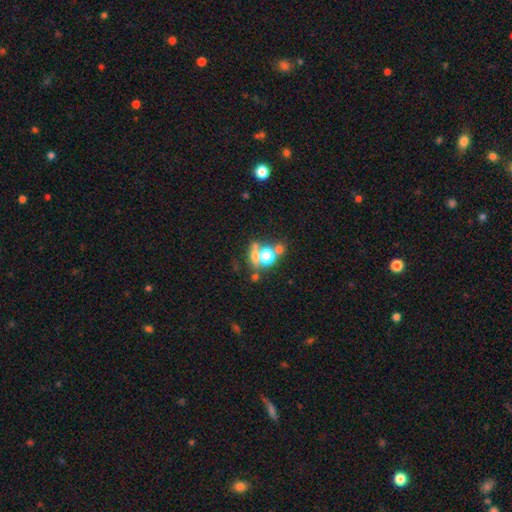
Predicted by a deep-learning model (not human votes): smooth-or-featured: smooth: 49% | star or artifact: 31% | featured or disk: 21%
  merging: none: 44% | merger: 37% | minor disturbance: 10% | major disturbance: 9%